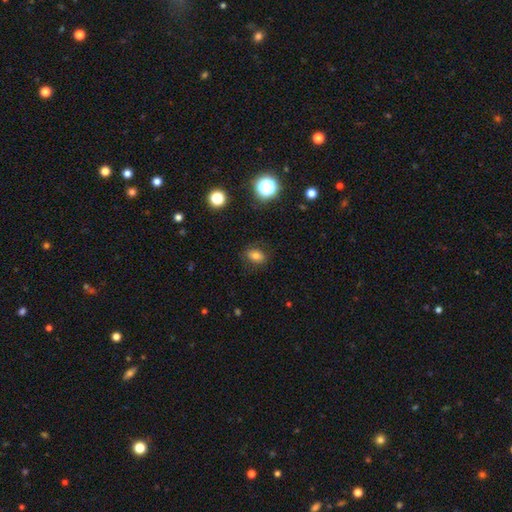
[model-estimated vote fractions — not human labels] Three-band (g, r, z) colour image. It shows a smooth galaxy with no disk features (74%) that is in between round and cigar-shaped (69%). Merging: none (82%).